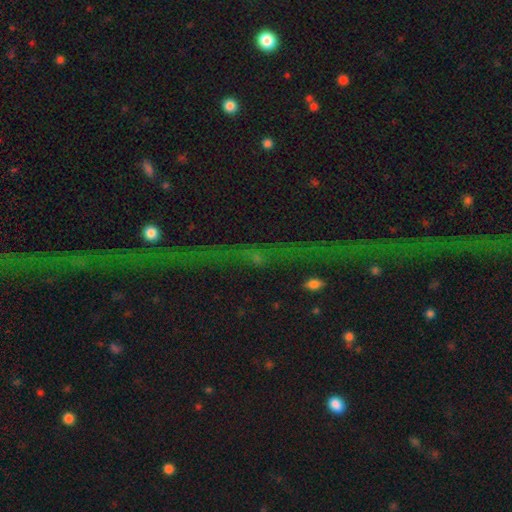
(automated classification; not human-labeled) A star or artifact, not a galaxy (70%).